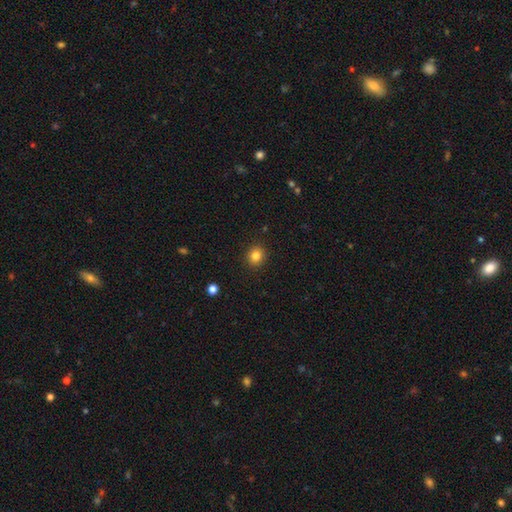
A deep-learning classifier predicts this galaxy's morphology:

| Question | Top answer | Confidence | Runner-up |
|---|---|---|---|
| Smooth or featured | smooth | 83% | star or artifact (11%) |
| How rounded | round | 79% | in between (20%) |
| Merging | none | 91% | minor disturbance (6%) |